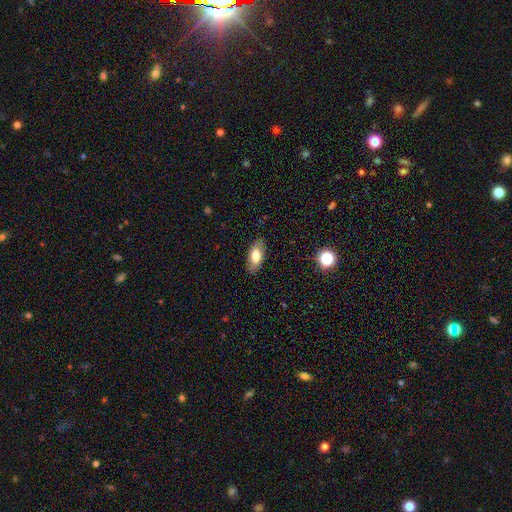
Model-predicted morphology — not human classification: Q: Smooth or featured?
A: smooth (72%); runner-up: featured or disk (21%)
Q: How rounded?
A: in between (89%); runner-up: cigar-shaped (8%)
Q: Merging?
A: none (85%); runner-up: minor disturbance (11%)